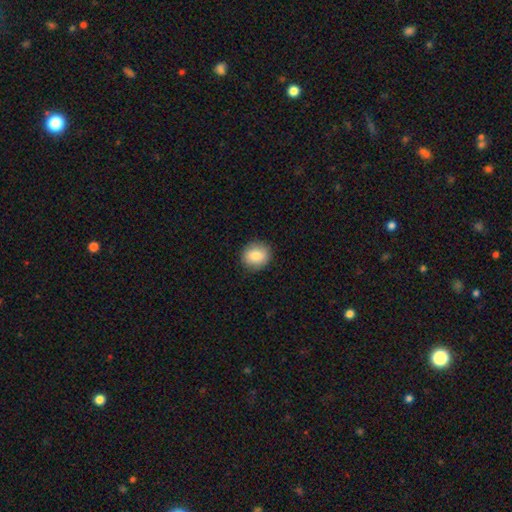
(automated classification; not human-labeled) smooth-or-featured: smooth: 83% | featured or disk: 9% | star or artifact: 8%
  how-rounded: round: 78% | in between: 21% | cigar-shaped: 1%
  merging: none: 89% | minor disturbance: 8% | major disturbance: 2% | merger: 1%